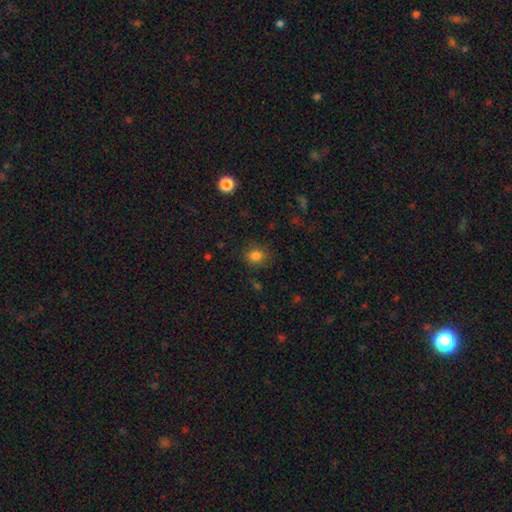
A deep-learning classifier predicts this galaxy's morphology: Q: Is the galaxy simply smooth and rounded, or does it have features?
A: smooth — 82%.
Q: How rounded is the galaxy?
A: round — 69%.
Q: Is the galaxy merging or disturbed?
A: none — 84%.